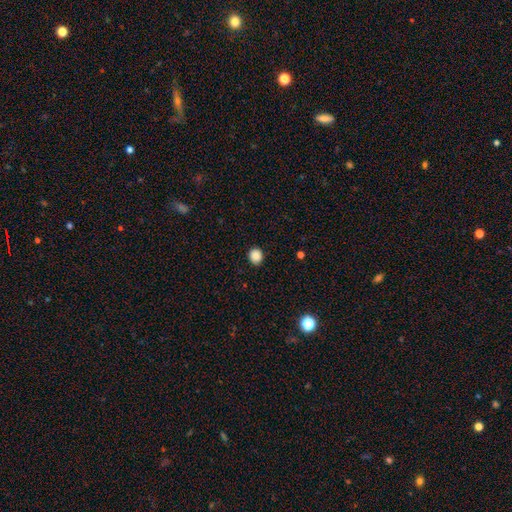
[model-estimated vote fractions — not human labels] Q: Smooth or featured?
A: smooth (88%); runner-up: star or artifact (10%)
Q: How rounded?
A: round (75%); runner-up: in between (24%)
Q: Merging?
A: none (90%); runner-up: minor disturbance (7%)